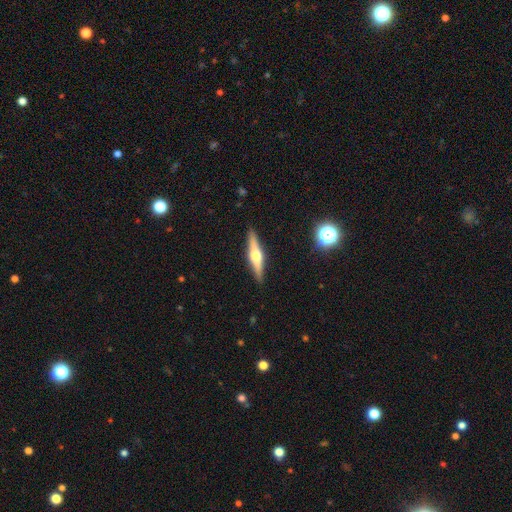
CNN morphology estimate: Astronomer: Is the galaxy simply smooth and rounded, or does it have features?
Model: featured or disk — 70%.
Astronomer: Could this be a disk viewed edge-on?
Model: yes — 97%.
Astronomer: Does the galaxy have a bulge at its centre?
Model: rounded — 94%.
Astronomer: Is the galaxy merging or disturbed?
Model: none — 91%.